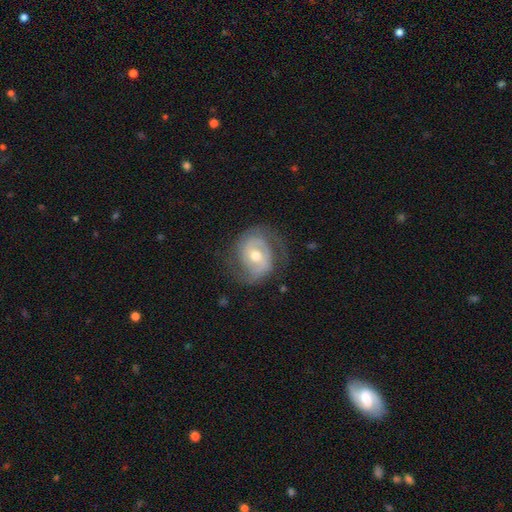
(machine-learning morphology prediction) Overall: featured or disk (79%). Edge-on disk: no (97%). Bar: no (45%; weak 40%). Spiral arms: yes (90%). Spiral arm count: 2 (80%). Spiral winding: medium (44%; tight 37%). Bulge size: moderate (68%). Merging: none (68%).